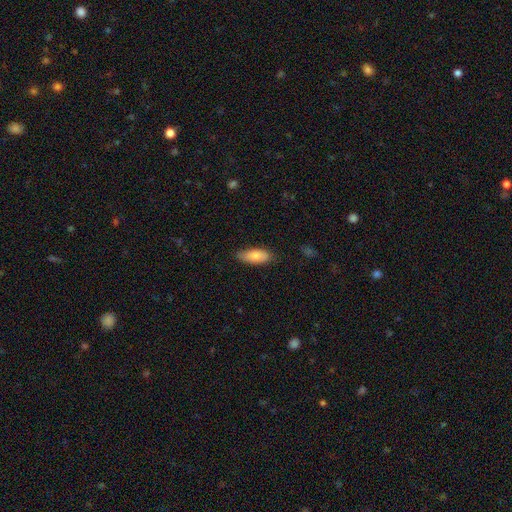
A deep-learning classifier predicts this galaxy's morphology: smooth-or-featured: smooth: 82% | featured or disk: 12% | star or artifact: 6%
  how-rounded: in between: 80% | cigar-shaped: 18% | round: 2%
  merging: none: 78% | minor disturbance: 19% | major disturbance: 3% | merger: 1%